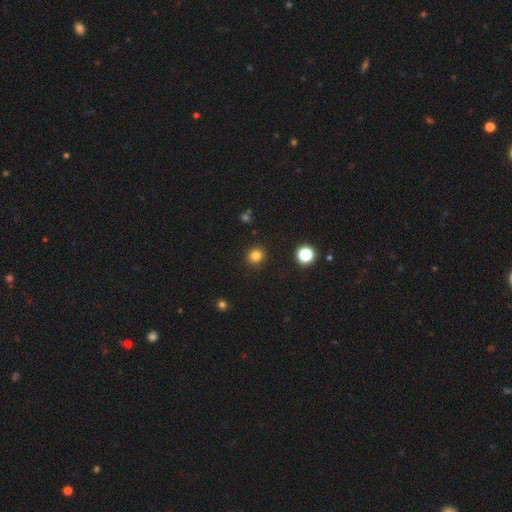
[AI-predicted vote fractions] Smooth or featured: smooth — 82% (star or artifact — 14%)
How rounded: round — 91% (in between — 8%)
Merging: none — 91% (minor disturbance — 5%)